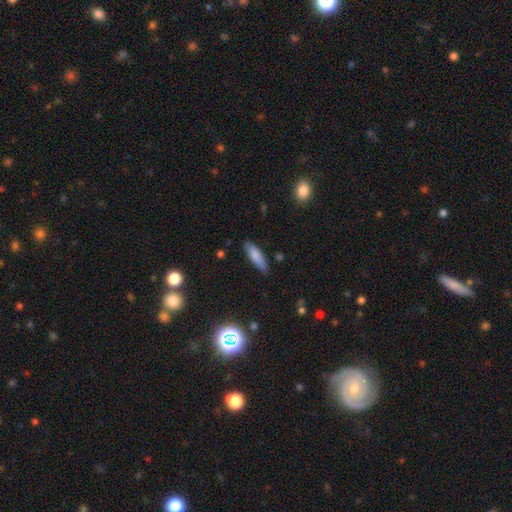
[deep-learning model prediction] Overall: smooth (81%). How rounded: cigar-shaped (56%; in between 42%). Merging: none (82%).